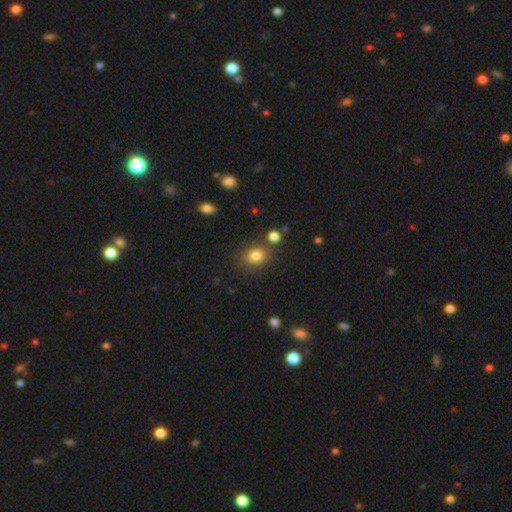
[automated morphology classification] smooth-or-featured: smooth: 81% | star or artifact: 12% | featured or disk: 6%
  how-rounded: round: 55% | in between: 44% | cigar-shaped: 1%
  merging: none: 77% | minor disturbance: 12% | merger: 7% | major disturbance: 4%